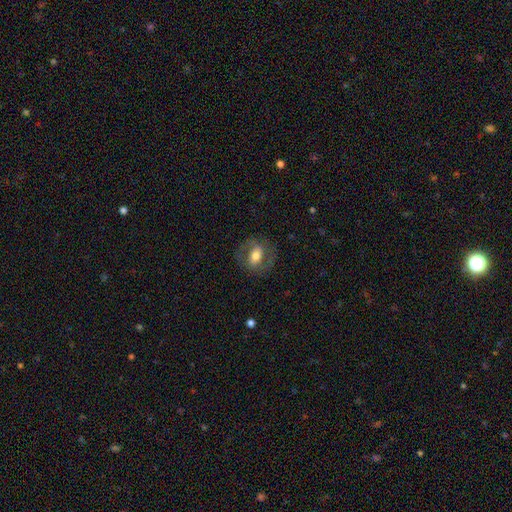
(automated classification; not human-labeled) This appears to be a featured or disk galaxy (50%). Merging: none (76%).